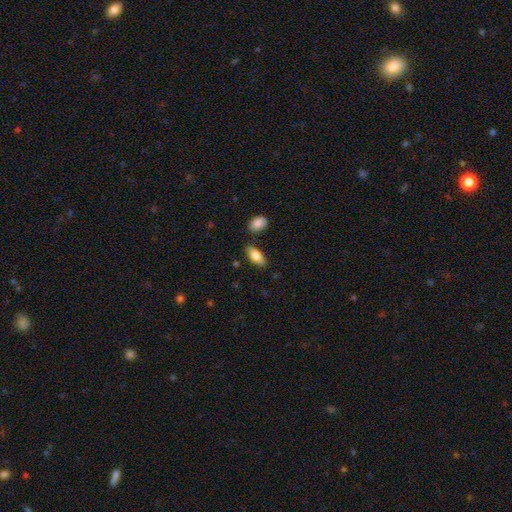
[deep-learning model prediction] smooth 81%, featured or disk 13%, star or artifact 6%. Down the decision tree: how rounded — in between (84%); merging — none (83%).